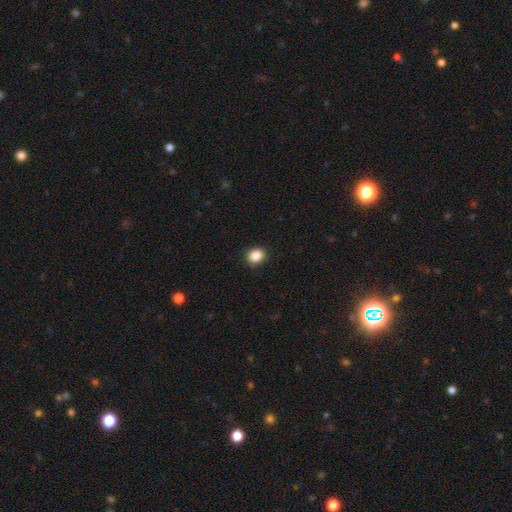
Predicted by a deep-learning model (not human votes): Q: Smooth or featured?
A: smooth (88%); runner-up: star or artifact (9%)
Q: How rounded?
A: round (57%); runner-up: in between (42%)
Q: Merging?
A: none (89%); runner-up: minor disturbance (8%)